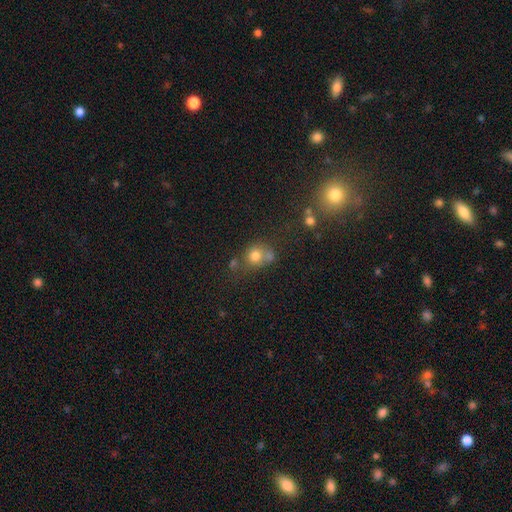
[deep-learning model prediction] smooth_or_featured: smooth (p=0.74) [alt: star or artifact p=0.14]
how_rounded: round (p=0.75) [alt: in between p=0.24]
merging: none (p=0.43) [alt: merger p=0.35]